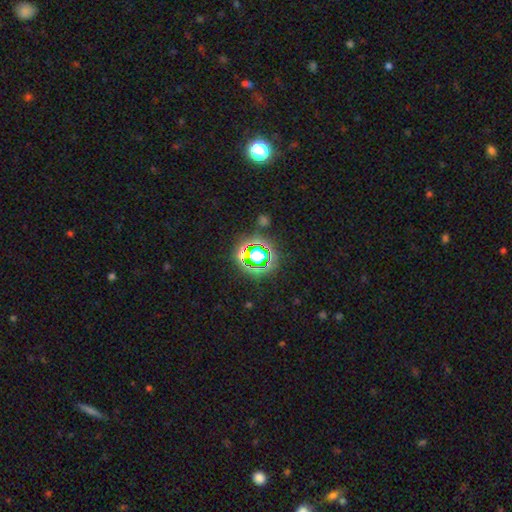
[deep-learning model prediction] Q: Smooth or featured?
A: star or artifact (67%); runner-up: smooth (22%)